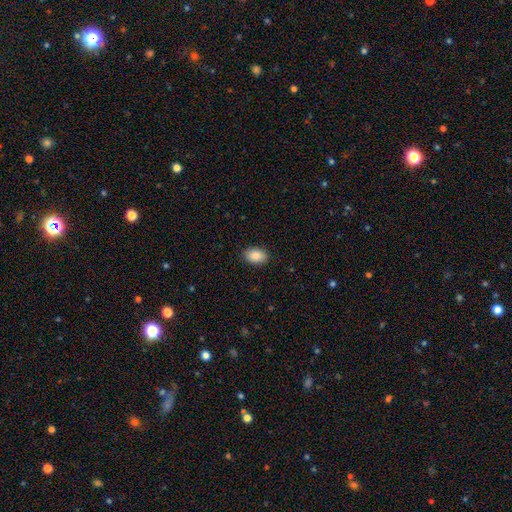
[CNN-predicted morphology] smooth_or_featured: smooth (p=0.89) [alt: star or artifact p=0.07]
how_rounded: in between (p=0.87) [alt: round p=0.12]
merging: none (p=0.89) [alt: minor disturbance p=0.08]